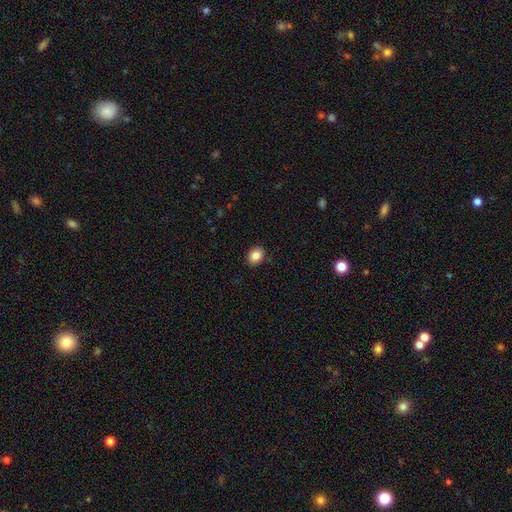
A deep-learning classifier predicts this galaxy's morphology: Smooth or featured: smooth — 86% (star or artifact — 9%)
How rounded: round — 50% (in between — 49%)
Merging: none — 89% (minor disturbance — 8%)